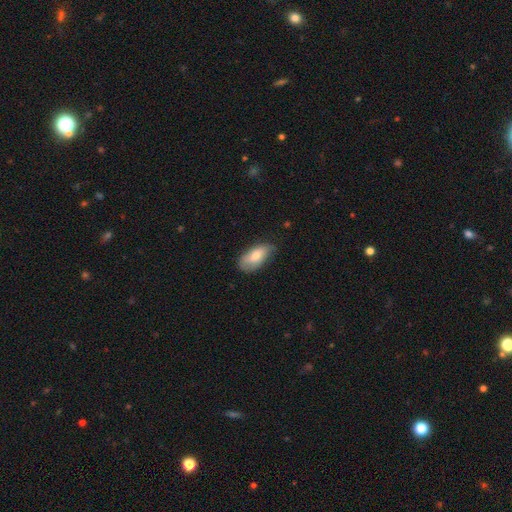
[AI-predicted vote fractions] smooth 78%, featured or disk 16%, star or artifact 6%. Down the decision tree: how rounded — in between (90%); merging — none (66%).